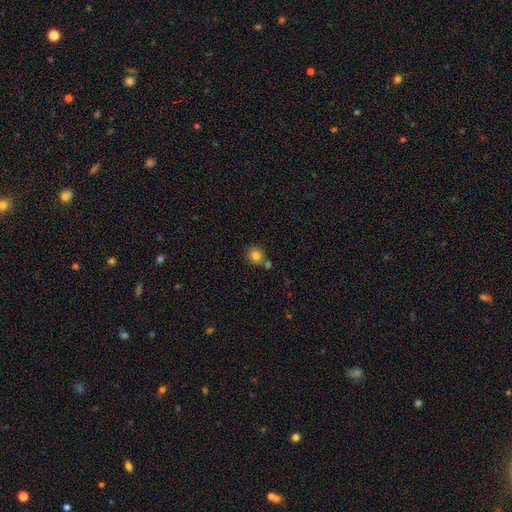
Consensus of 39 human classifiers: This appears to be a smooth galaxy with no disk features (82%) that is round (69%). Merging: none (74%).